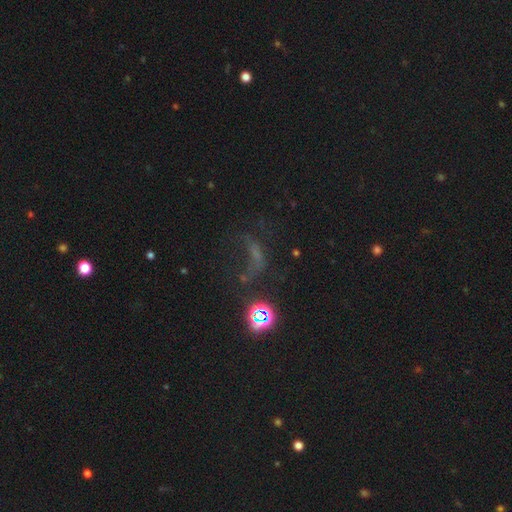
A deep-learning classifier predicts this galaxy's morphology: Q: Smooth or featured?
A: star or artifact (45%); runner-up: featured or disk (30%)